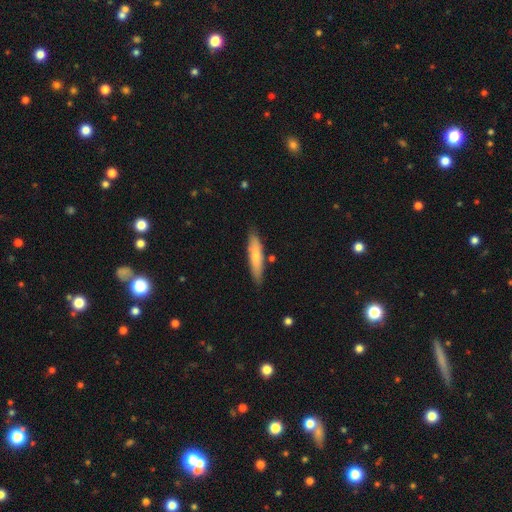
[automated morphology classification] This is likely a smooth galaxy (68%). How rounded: likely cigar-shaped (77%). Merging: clearly none (82%).